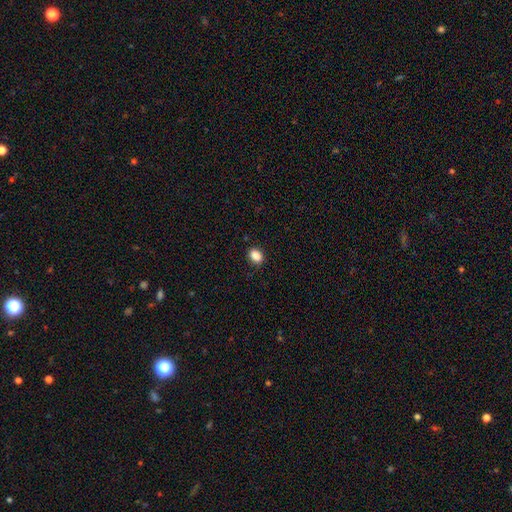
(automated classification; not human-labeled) A smooth galaxy with no disk features (88%) that is in between round and cigar-shaped (69%).

Vote fractions:
- Smooth or featured? smooth: 88% / star or artifact: 9% / featured or disk: 3%
- How rounded? in between: 69% / round: 30% / cigar-shaped: 1%
- Merging? none: 87% / minor disturbance: 10% / major disturbance: 2% / merger: 1%